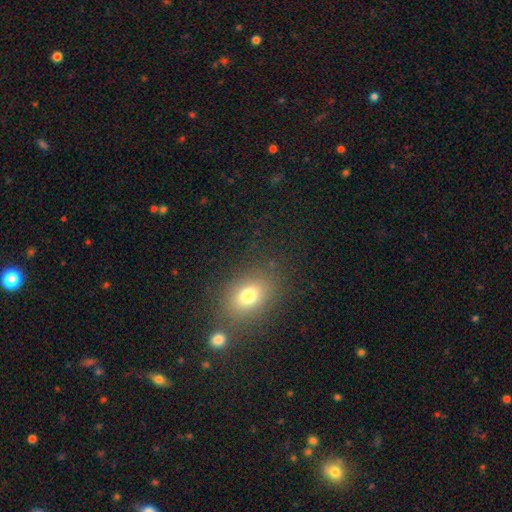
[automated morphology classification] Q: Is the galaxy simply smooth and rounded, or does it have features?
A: smooth — 67%.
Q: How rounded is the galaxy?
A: in between — 58%.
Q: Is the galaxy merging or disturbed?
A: none — 83%.